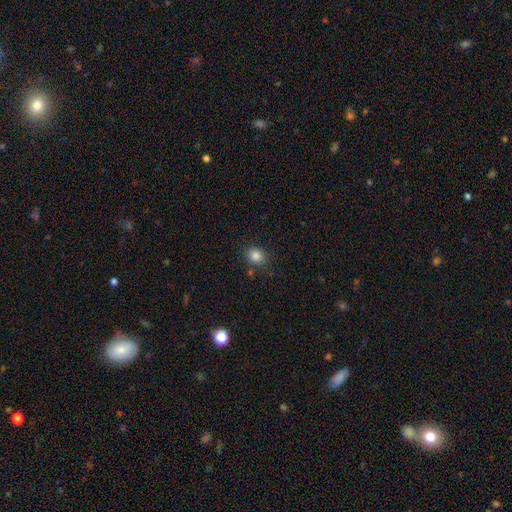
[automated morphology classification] A smooth galaxy with no disk features (84%) that is round (59%).

Vote fractions:
- Smooth or featured? smooth: 84% / star or artifact: 11% / featured or disk: 5%
- How rounded? round: 59% / in between: 40% / cigar-shaped: 1%
- Merging? none: 81% / minor disturbance: 12% / merger: 4% / major disturbance: 3%